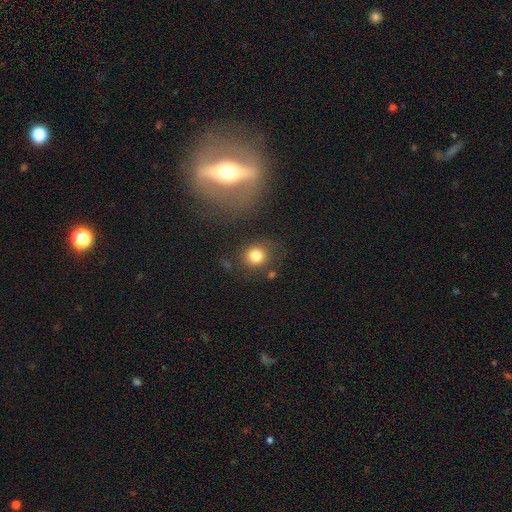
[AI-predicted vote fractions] A smooth galaxy with no disk features (81%) that is round (81%). Merging: none (75%).